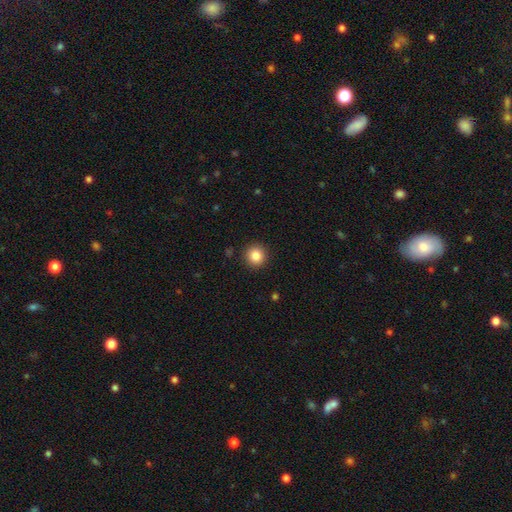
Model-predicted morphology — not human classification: smooth-or-featured: smooth: 85% | star or artifact: 10% | featured or disk: 5%
  how-rounded: round: 94% | in between: 5% | cigar-shaped: 1%
  merging: none: 91% | minor disturbance: 6% | major disturbance: 2% | merger: 1%